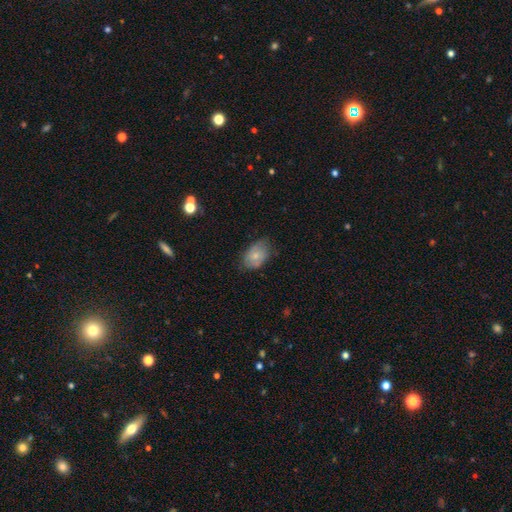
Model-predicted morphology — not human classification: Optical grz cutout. It shows a smooth galaxy with no disk features (70%) that is in between round and cigar-shaped (86%). Merging: none (61%).